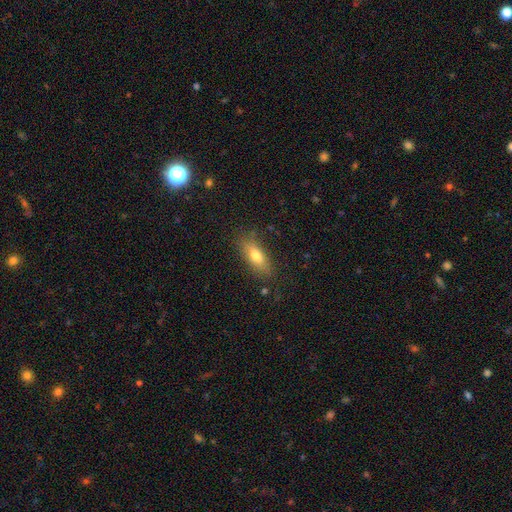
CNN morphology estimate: Smooth or featured? Predicted: smooth (p=0.73). How rounded? Predicted: in between (p=0.71). Merging? Predicted: none (p=0.81).